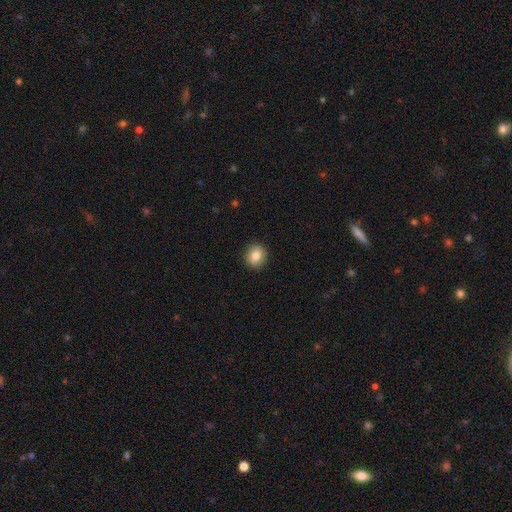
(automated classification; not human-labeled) This is clearly a smooth galaxy (84%). How rounded: likely round (78%). Merging: clearly none (91%).